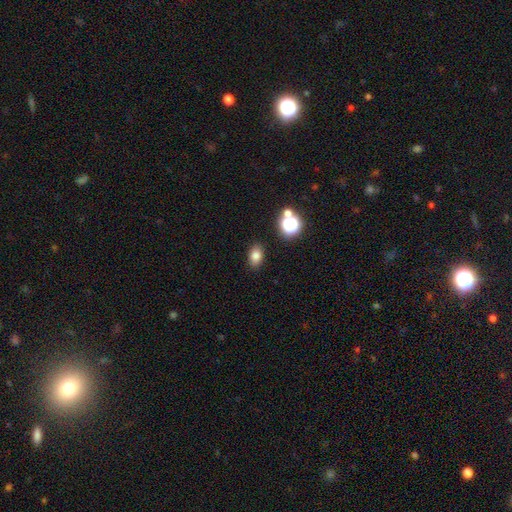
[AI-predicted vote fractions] Q: Smooth or featured?
A: smooth (79%); runner-up: star or artifact (13%)
Q: How rounded?
A: in between (81%); runner-up: round (18%)
Q: Merging?
A: none (87%); runner-up: minor disturbance (9%)